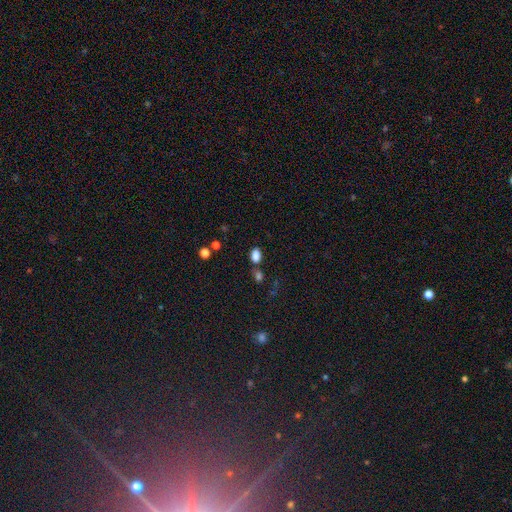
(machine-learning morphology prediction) A smooth galaxy with no disk features (82%) that is in between round and cigar-shaped (87%).

Vote fractions:
- Smooth or featured? smooth: 82% / star or artifact: 13% / featured or disk: 5%
- How rounded? in between: 87% / round: 11% / cigar-shaped: 2%
- Merging? none: 61% / merger: 20% / minor disturbance: 14% / major disturbance: 5%